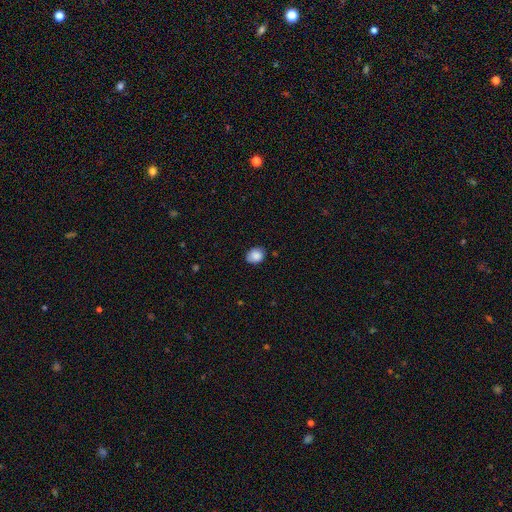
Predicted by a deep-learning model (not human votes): This is clearly a smooth galaxy (86%). How rounded: possibly in between (50%). Merging: likely none (78%).